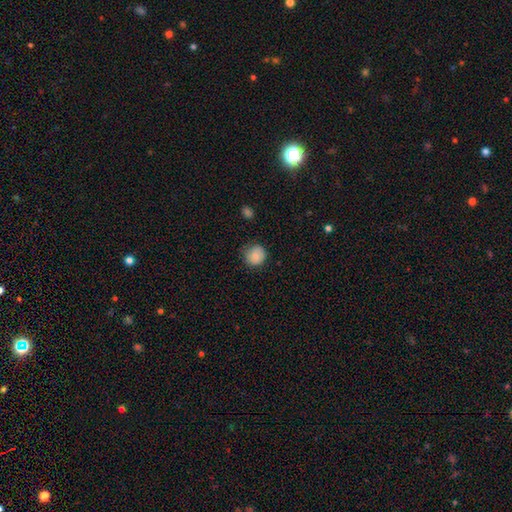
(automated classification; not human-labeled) This is clearly a smooth galaxy (83%). How rounded: clearly round (89%). Merging: likely none (75%).